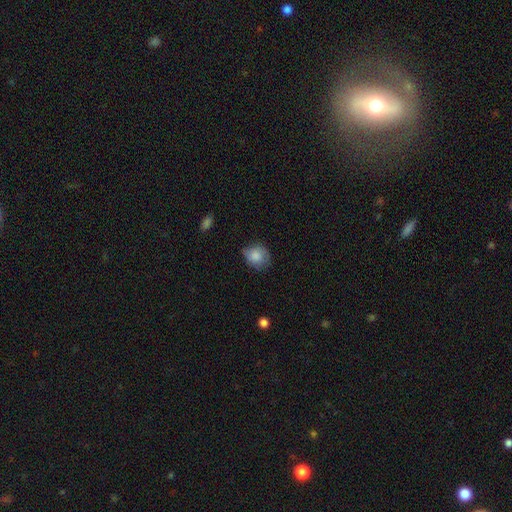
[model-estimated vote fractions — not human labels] Q: Smooth or featured?
A: smooth (82%); runner-up: featured or disk (10%)
Q: How rounded?
A: round (67%); runner-up: in between (32%)
Q: Merging?
A: none (62%); runner-up: minor disturbance (30%)